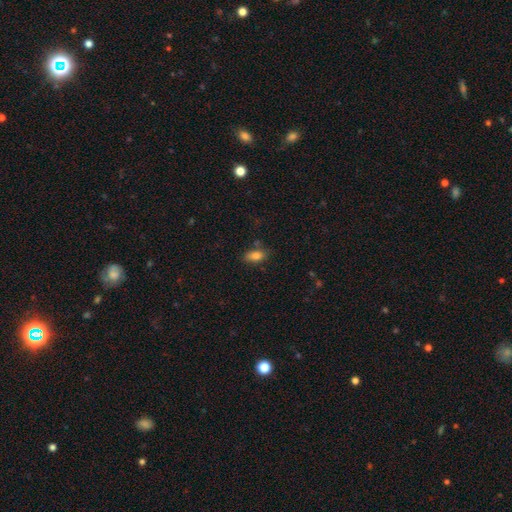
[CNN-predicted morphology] Smooth or featured?
  - smooth: 83% *
  - star or artifact: 10%
  - featured or disk: 7%
How rounded?
  - in between: 88% *
  - cigar-shaped: 6%
  - round: 6%
Merging?
  - none: 73% *
  - minor disturbance: 16%
  - merger: 6%
  - major disturbance: 4%